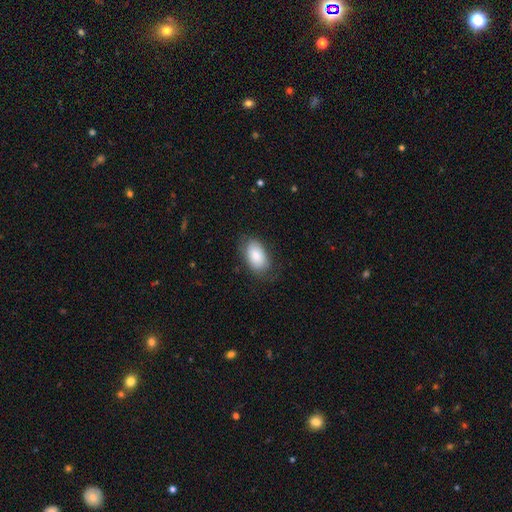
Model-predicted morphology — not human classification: Smooth or featured: smooth — 79% (featured or disk — 15%)
How rounded: in between — 92% (round — 6%)
Merging: none — 70% (minor disturbance — 21%)